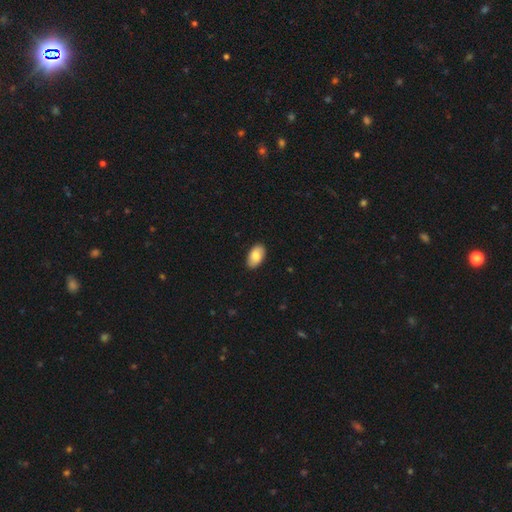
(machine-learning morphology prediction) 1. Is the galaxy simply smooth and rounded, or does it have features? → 84% smooth, 10% featured or disk, 6% star or artifact.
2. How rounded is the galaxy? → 95% in between, 4% round, 1% cigar-shaped.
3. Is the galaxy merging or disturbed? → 88% none, 9% minor disturbance, 2% major disturbance, 1% merger.